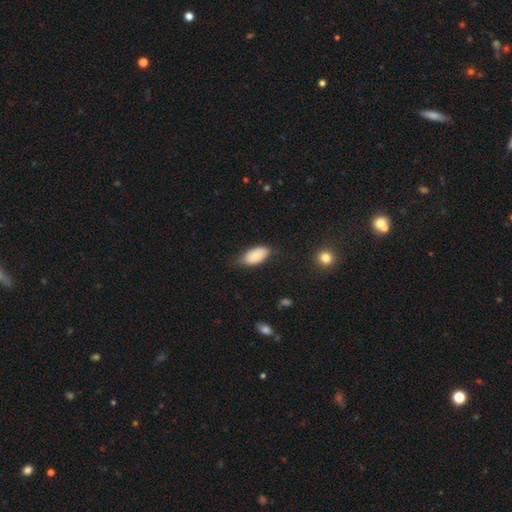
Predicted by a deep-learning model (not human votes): Smooth or featured: smooth — 81% (featured or disk — 12%)
How rounded: in between — 94% (round — 3%)
Merging: none — 66% (minor disturbance — 27%)